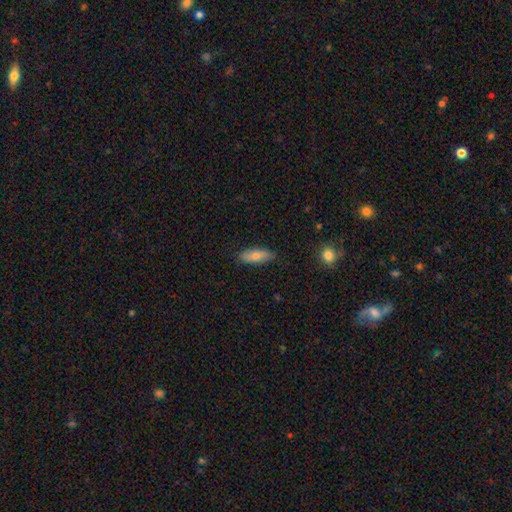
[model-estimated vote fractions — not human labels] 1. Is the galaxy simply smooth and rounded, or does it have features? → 73% smooth, 20% featured or disk, 6% star or artifact.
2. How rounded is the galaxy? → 71% in between, 27% cigar-shaped, 3% round.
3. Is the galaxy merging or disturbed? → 83% none, 13% minor disturbance, 2% major disturbance, 1% merger.